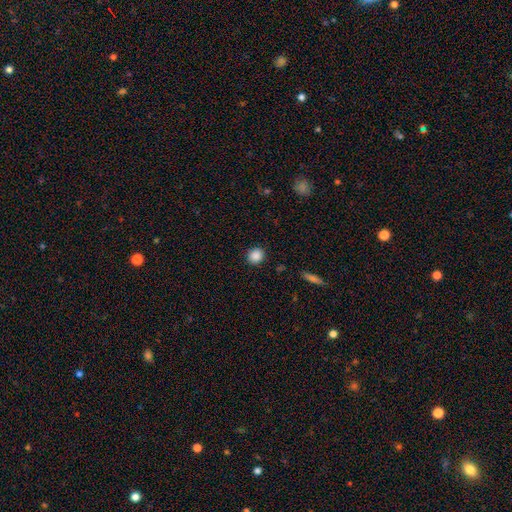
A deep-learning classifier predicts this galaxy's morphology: This appears to be a smooth galaxy with no disk features (88%) that is round (88%). Merging: none (90%).